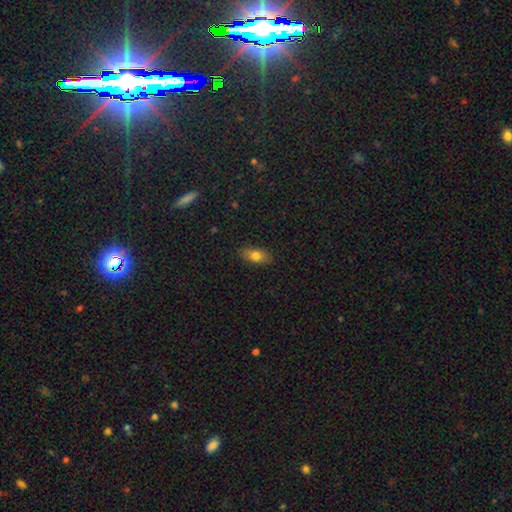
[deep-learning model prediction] Smooth or featured? Predicted: smooth (p=0.77). How rounded? Predicted: in between (p=0.85). Merging? Predicted: none (p=0.87).